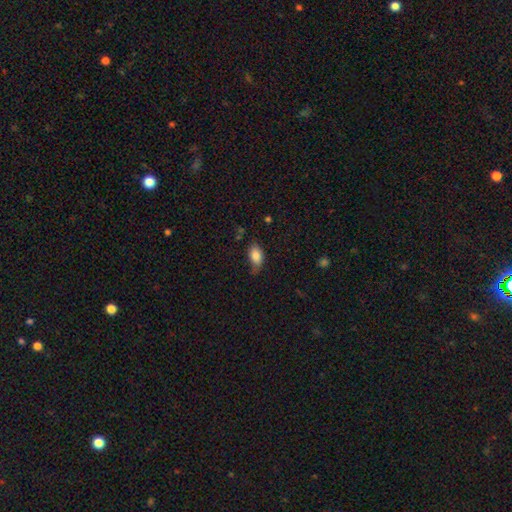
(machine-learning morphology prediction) Overall: smooth (85%). How rounded: in between (91%). Merging: none (63%; minor disturbance 28%).